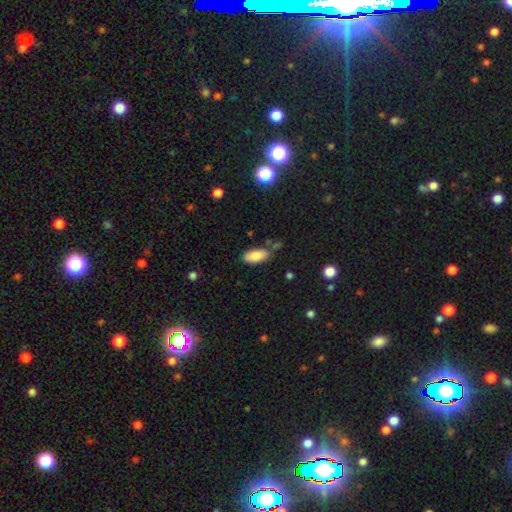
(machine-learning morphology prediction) The model was most divided on "merging": none: 72%, minor disturbance: 17%, merger: 7%, major disturbance: 4%. More confident: how rounded — in between (90%); smooth or featured — smooth (82%).